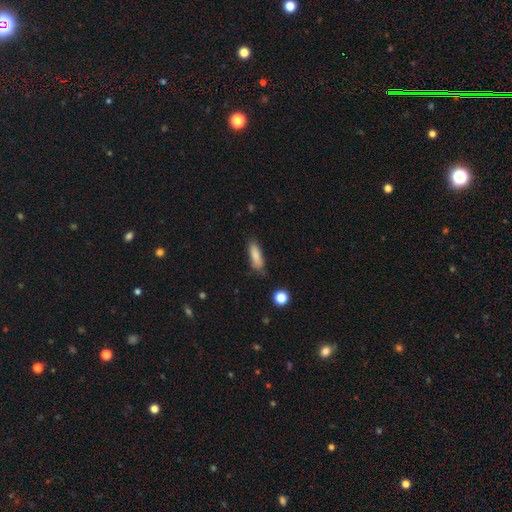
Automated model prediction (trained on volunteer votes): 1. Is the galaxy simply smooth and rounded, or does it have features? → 84% smooth, 9% featured or disk, 7% star or artifact.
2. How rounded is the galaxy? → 49% cigar-shaped (tied), 49% in between (tied), 2% round.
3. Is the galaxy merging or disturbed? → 77% none, 17% minor disturbance, 4% major disturbance, 2% merger.